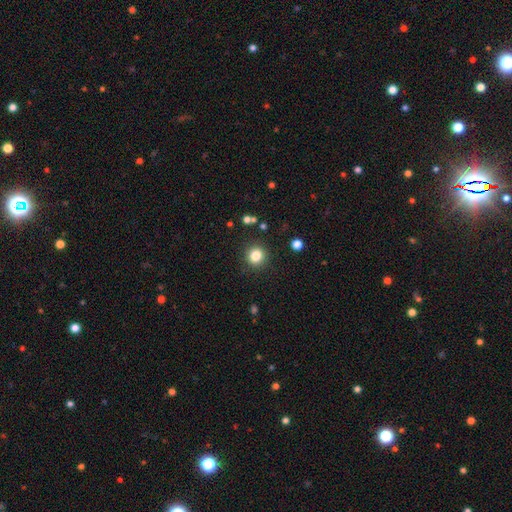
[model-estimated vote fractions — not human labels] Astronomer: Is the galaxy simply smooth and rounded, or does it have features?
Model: smooth — 82%.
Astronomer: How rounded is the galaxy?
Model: round — 89%.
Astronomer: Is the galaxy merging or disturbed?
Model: none — 90%.